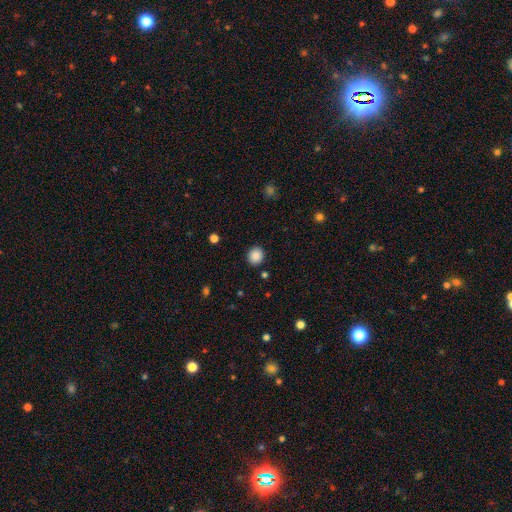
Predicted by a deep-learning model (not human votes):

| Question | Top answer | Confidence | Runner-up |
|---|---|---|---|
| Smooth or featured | smooth | 88% | star or artifact (9%) |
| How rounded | round | 85% | in between (14%) |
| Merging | none | 90% | minor disturbance (6%) |